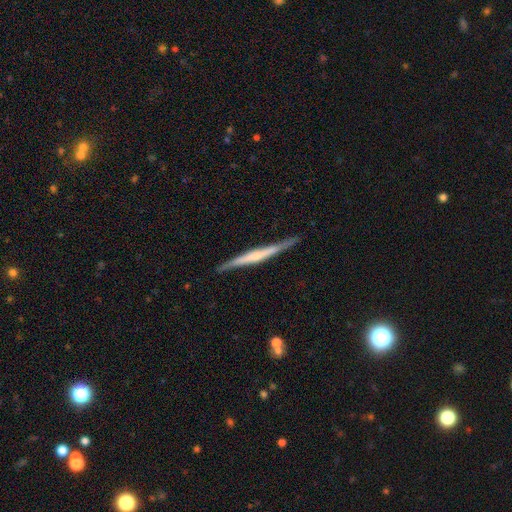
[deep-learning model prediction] Smooth or featured? featured or disk (69%)
Edge-on disk? yes (97%)
Edge-on bulge? none (43%)
Merging? none (86%)